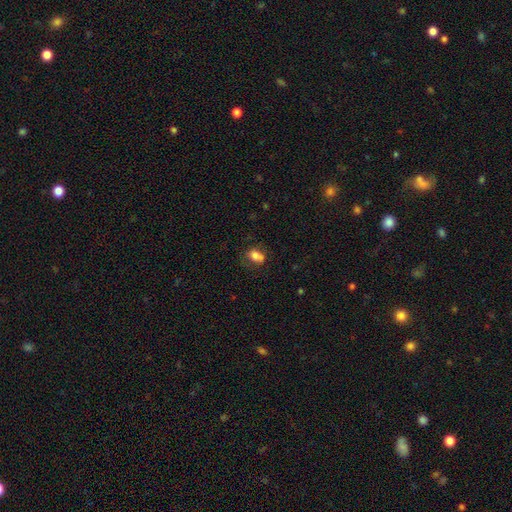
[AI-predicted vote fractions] The model was most divided on "merging": none: 55%, minor disturbance: 27%, major disturbance: 14%, merger: 5%. More confident: smooth or featured — smooth (77%); how rounded — in between (77%).